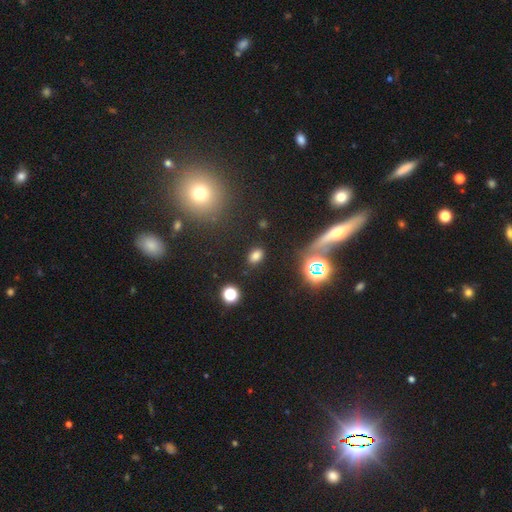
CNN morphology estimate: Smooth or featured? smooth (75%)
How rounded? in between (74%)
Merging? none (85%)